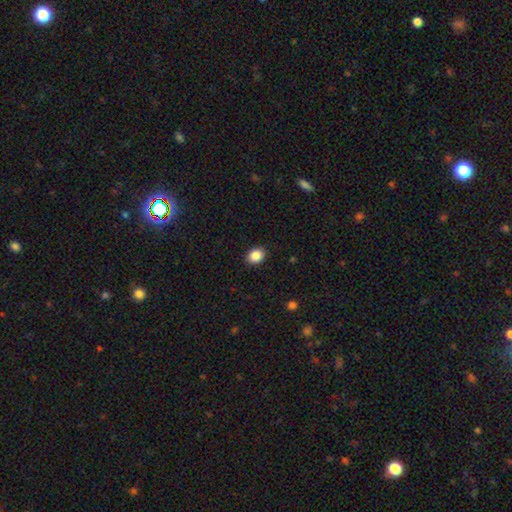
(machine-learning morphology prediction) type=smooth (88%); roundness=in between (50%); merging=none (91%).